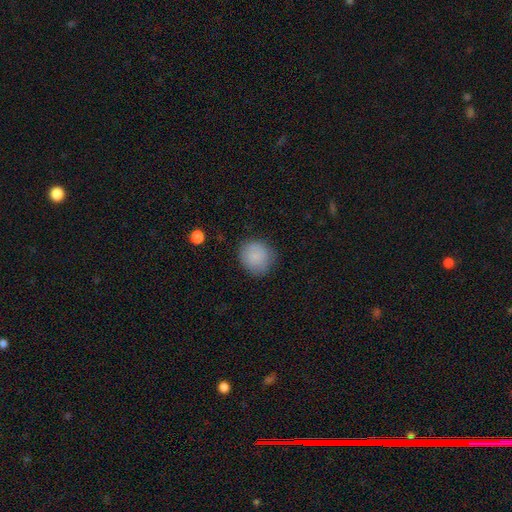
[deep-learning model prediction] smooth_or_featured: smooth (p=0.86) [alt: star or artifact p=0.08]
how_rounded: round (p=0.86) [alt: in between p=0.13]
merging: none (p=0.80) [alt: minor disturbance p=0.15]